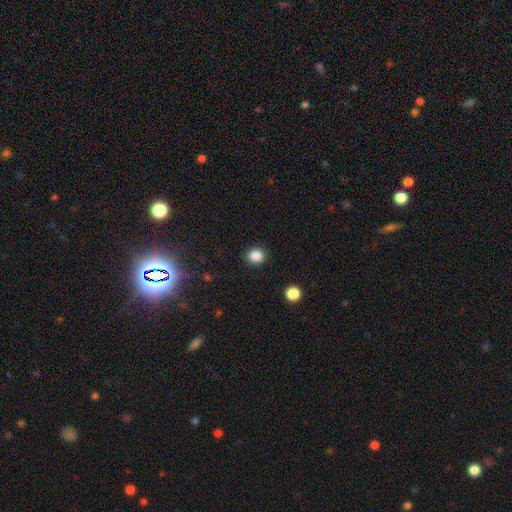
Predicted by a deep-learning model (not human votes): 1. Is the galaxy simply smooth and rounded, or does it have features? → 86% smooth, 10% star or artifact, 3% featured or disk.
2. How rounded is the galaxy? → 77% round, 23% in between, 1% cigar-shaped.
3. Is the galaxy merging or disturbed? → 89% none, 7% minor disturbance, 2% major disturbance, 1% merger.